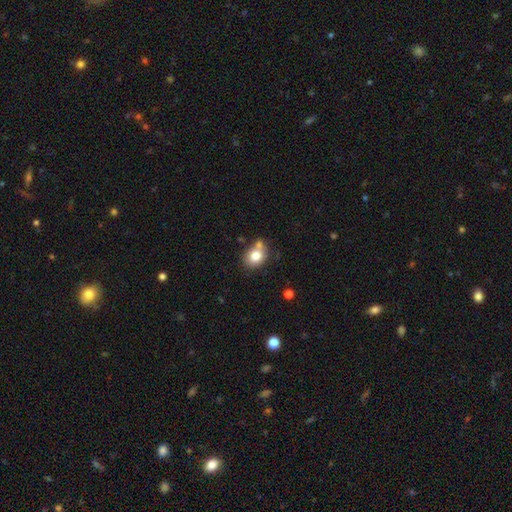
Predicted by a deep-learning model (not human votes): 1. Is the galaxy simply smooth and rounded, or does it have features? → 78% smooth, 13% featured or disk, 10% star or artifact.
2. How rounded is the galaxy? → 56% round, 44% in between, 1% cigar-shaped.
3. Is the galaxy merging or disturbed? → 54% none, 24% merger, 16% minor disturbance, 5% major disturbance.